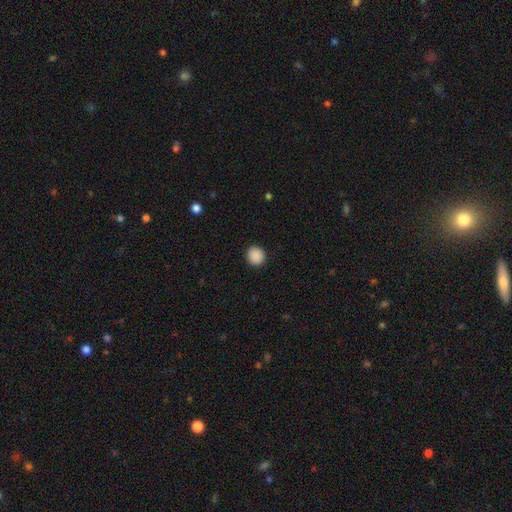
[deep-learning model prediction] A smooth galaxy with no disk features (89%) that is round (90%). Merging: none (92%).